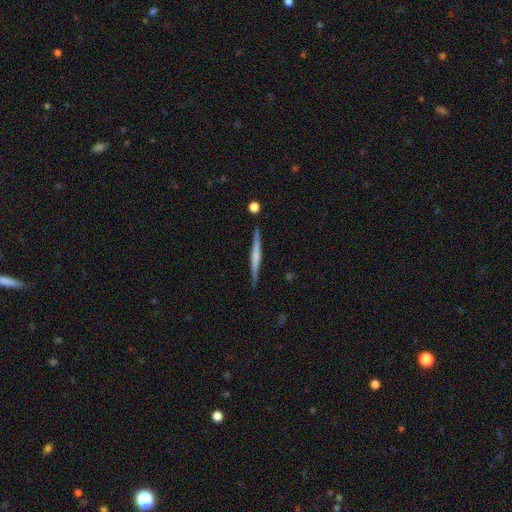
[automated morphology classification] smooth_or_featured: featured or disk (p=0.55) [alt: smooth p=0.40]
disk_edge_on: yes (p=0.98) [alt: no p=0.02]
edge_on_bulge: none (p=0.63) [alt: rounded p=0.22]
merging: none (p=0.89) [alt: minor disturbance p=0.08]